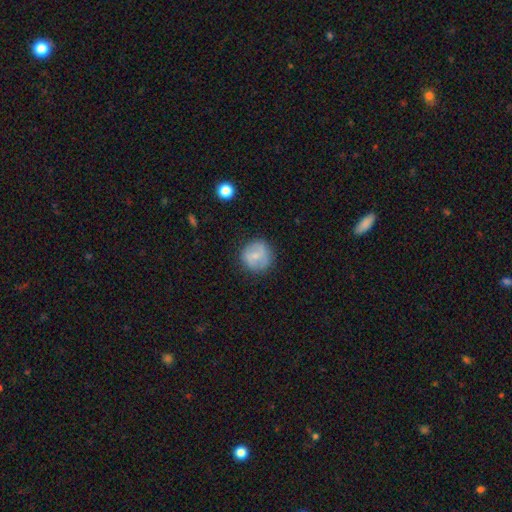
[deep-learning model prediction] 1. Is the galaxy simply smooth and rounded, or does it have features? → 69% smooth, 22% featured or disk, 8% star or artifact.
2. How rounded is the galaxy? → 91% round, 8% in between, 1% cigar-shaped.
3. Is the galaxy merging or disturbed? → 79% none, 15% minor disturbance, 5% major disturbance, 2% merger.